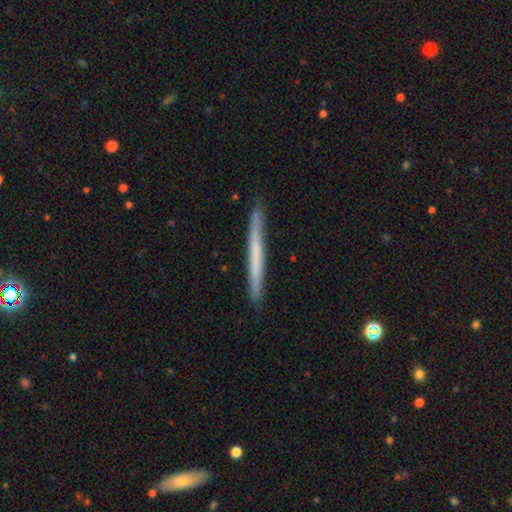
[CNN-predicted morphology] A smooth galaxy with no disk features (51%) that is cigar-shaped (97%). Merging: none (90%).